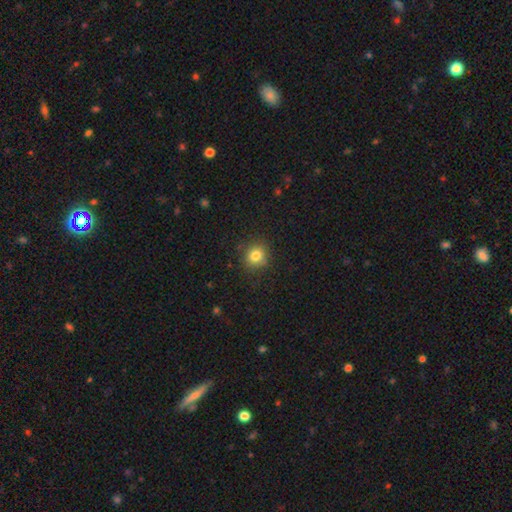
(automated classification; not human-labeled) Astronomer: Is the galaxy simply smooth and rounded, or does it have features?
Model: smooth — 81%.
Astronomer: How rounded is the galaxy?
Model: round — 85%.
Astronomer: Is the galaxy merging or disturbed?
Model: none — 87%.